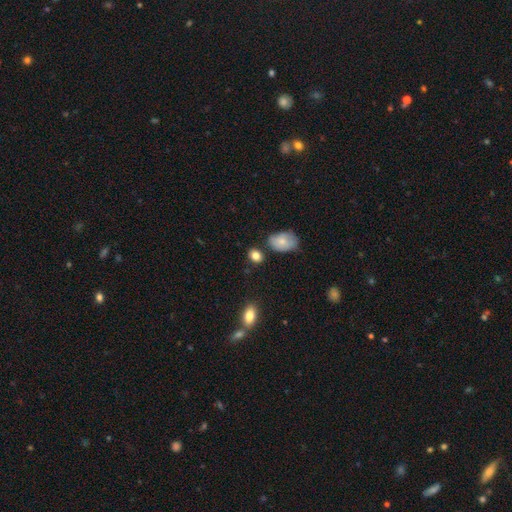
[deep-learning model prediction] Smooth or featured: smooth — 84% (star or artifact — 10%)
How rounded: in between — 58% (round — 40%)
Merging: none — 74% (minor disturbance — 15%)